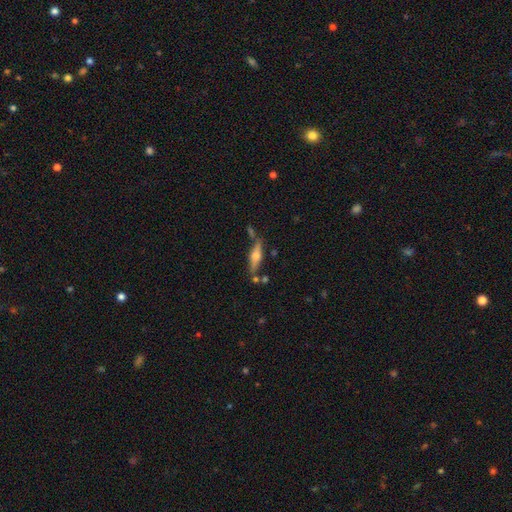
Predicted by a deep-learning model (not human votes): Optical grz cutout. It shows a featured or disk galaxy (61%) viewed edge-on (92%) with a rounded central bulge (91%). Merging: none (71%).